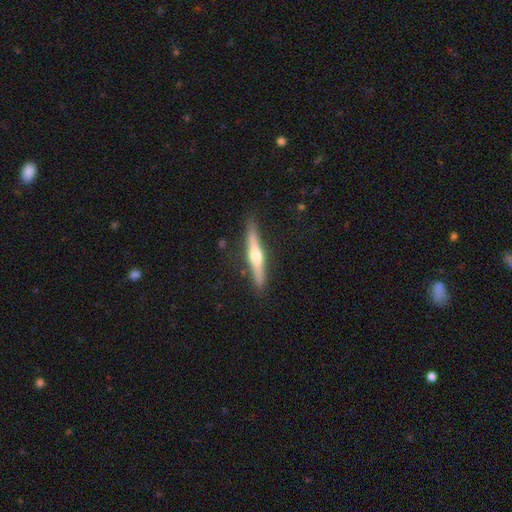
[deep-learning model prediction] Overall: featured or disk (64%; smooth 31%). Edge-on disk: yes (97%). Edge-on bulge: rounded (90%). Merging: none (88%).